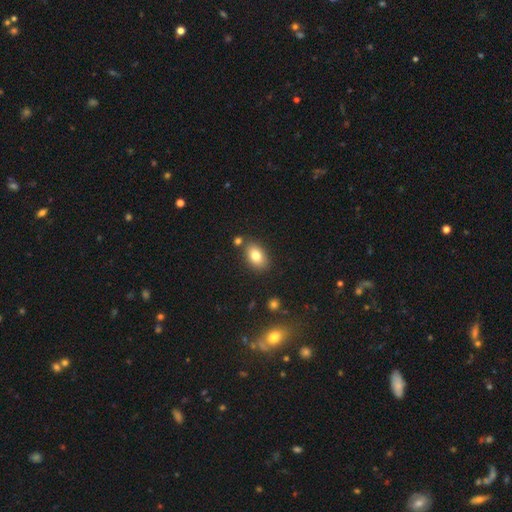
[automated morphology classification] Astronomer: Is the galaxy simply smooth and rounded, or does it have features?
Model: smooth — 79%.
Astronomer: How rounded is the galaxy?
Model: in between — 85%.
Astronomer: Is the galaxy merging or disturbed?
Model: none — 78%.